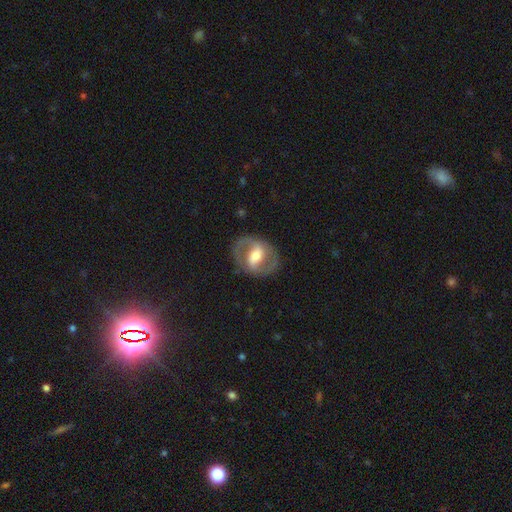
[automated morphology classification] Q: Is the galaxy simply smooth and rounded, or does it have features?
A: featured or disk — 80%.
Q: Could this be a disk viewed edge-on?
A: no — 96%.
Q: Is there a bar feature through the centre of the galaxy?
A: strong — 44%.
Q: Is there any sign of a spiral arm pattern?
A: yes — 85%.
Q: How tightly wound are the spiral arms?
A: medium — 55%.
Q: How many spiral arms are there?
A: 2 — 90%.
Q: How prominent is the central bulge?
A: moderate — 58%.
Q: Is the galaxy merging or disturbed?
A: none — 82%.